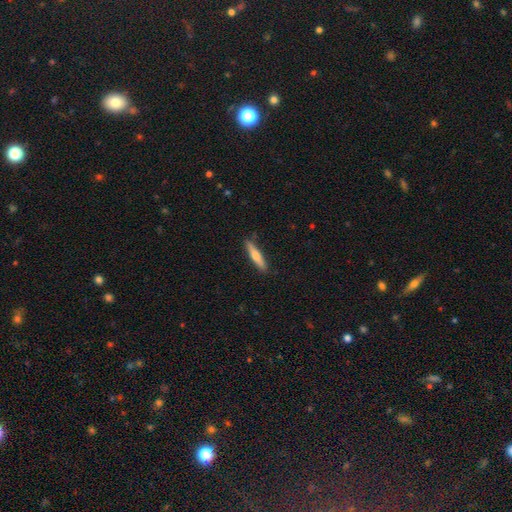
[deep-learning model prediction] Overall: smooth (57%; featured or disk 38%). How rounded: cigar-shaped (87%). Merging: none (88%).